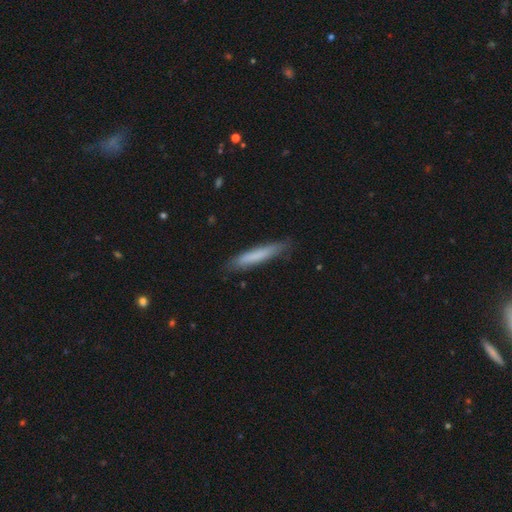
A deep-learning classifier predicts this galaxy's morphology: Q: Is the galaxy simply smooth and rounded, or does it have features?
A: smooth — 73%.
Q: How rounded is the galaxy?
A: cigar-shaped — 92%.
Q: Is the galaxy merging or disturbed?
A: none — 81%.